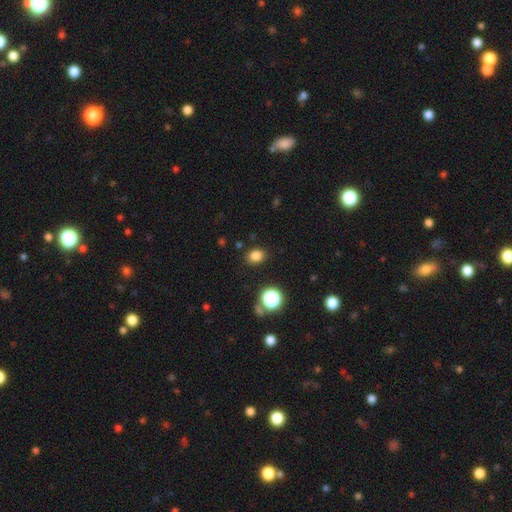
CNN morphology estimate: smooth_or_featured: smooth (p=0.80) [alt: star or artifact p=0.15]
how_rounded: in between (p=0.55) [alt: round p=0.44]
merging: none (p=0.86) [alt: minor disturbance p=0.10]